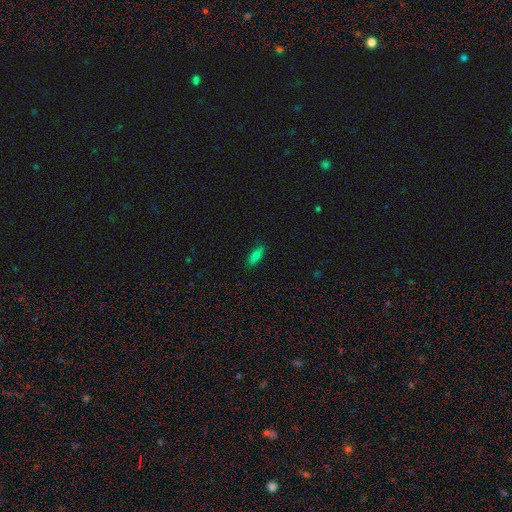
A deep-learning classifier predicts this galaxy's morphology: Overall: smooth (75%). How rounded: in between (63%; cigar-shaped 34%). Merging: none (88%).